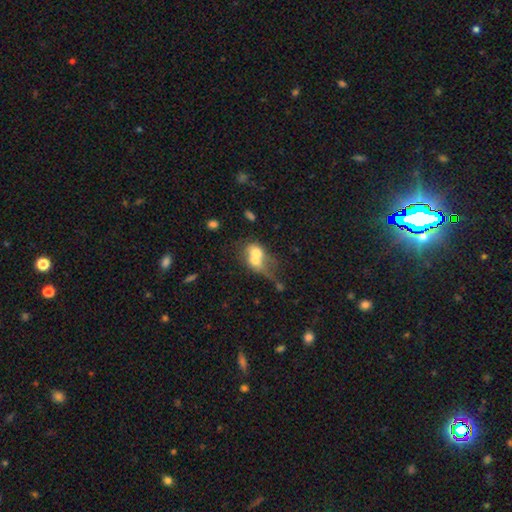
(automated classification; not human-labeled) A smooth galaxy with no disk features (60%) that is in between round and cigar-shaped (54%).

Vote fractions:
- Smooth or featured? smooth: 60% / featured or disk: 30% / star or artifact: 10%
- How rounded? in between: 54% / round: 43% / cigar-shaped: 2%
- Merging? merger: 73% / none: 13% / major disturbance: 8% / minor disturbance: 7%